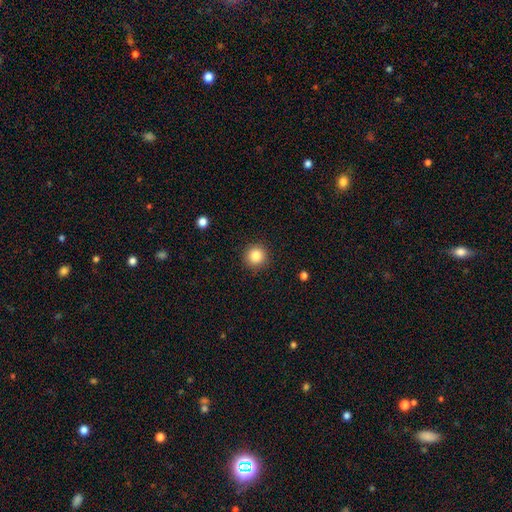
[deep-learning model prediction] smooth 85%, star or artifact 10%, featured or disk 5%. Down the decision tree: how rounded — round (95%); merging — none (91%).